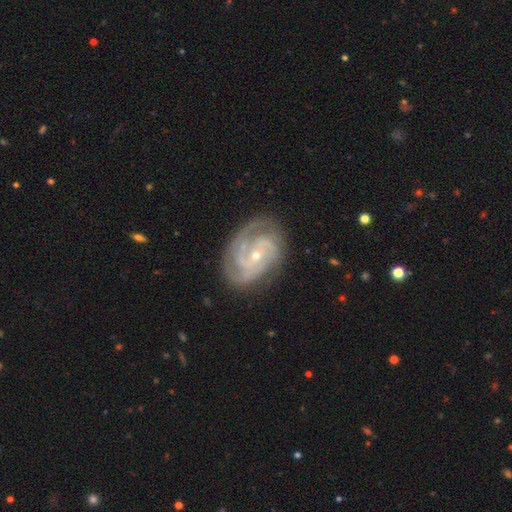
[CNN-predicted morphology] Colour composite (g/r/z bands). It shows a featured or disk galaxy (90%) with no bar (61%), 3 (41%) tight (55%) spiral arms (98%) and a small central bulge (69%). Merging: none (75%).